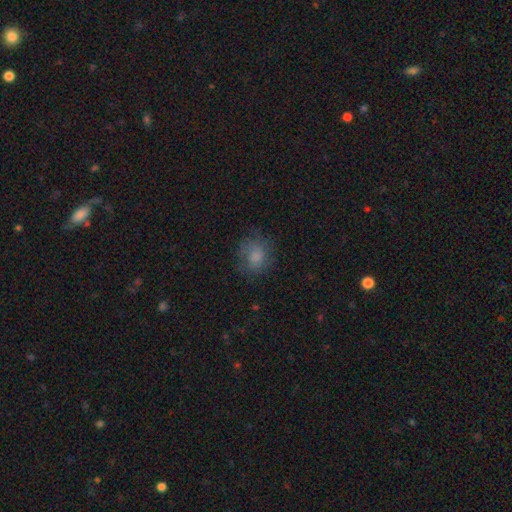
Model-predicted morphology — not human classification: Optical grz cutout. It shows a smooth galaxy with no disk features (76%) that is round (75%). Merging: none (70%).